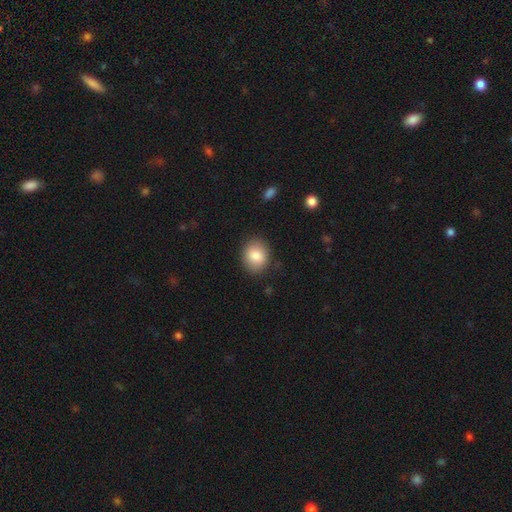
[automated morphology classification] This appears to be a smooth galaxy with no disk features (83%) that is round (55%). Merging: none (86%).